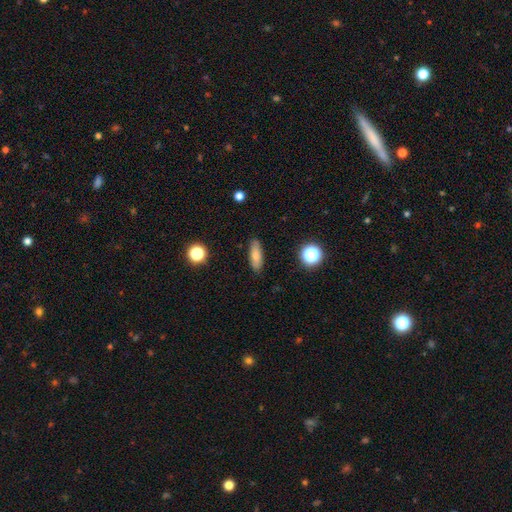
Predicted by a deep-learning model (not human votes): Morphology: type=smooth (77%); roundness=in between (58%); merging=none (87%).